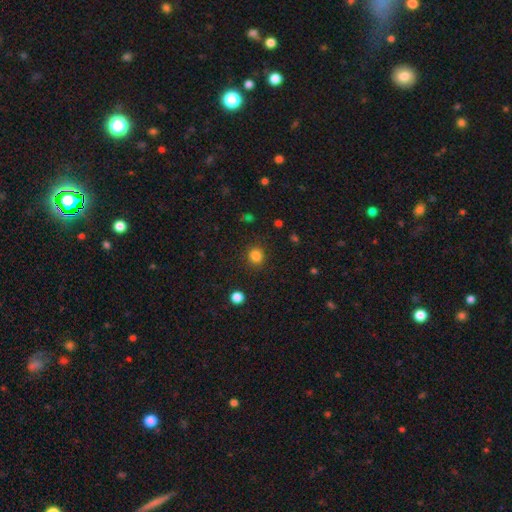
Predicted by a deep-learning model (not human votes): The model was most divided on "smooth or featured": smooth: 83%, star or artifact: 13%, featured or disk: 4%. More confident: merging — none (89%); how rounded — round (87%).